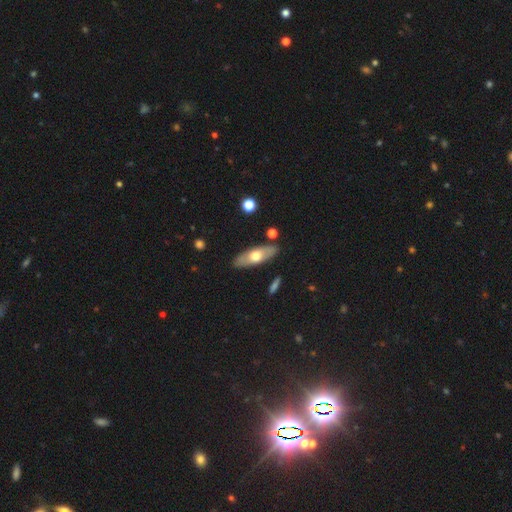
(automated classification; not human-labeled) Smooth or featured? smooth (55%)
How rounded? in between (65%)
Merging? none (85%)